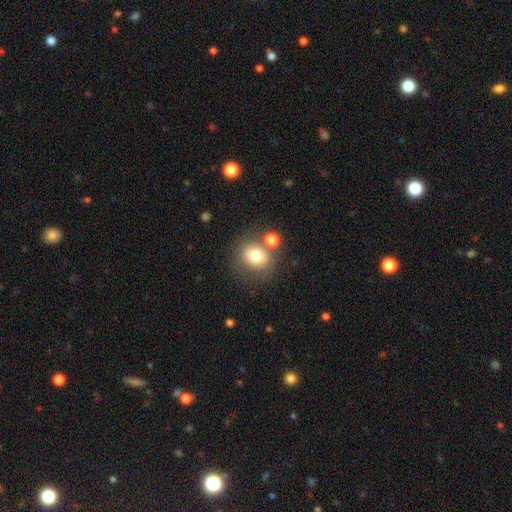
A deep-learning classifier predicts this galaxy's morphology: Smooth or featured: smooth — 75% (featured or disk — 13%)
How rounded: round — 80% (in between — 19%)
Merging: none — 64% (merger — 18%)